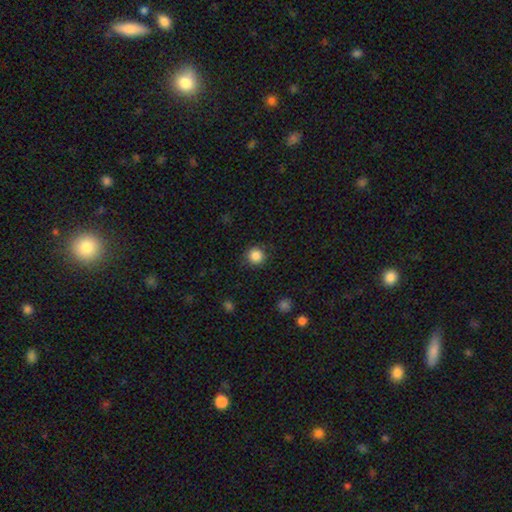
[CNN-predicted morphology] smooth_or_featured: smooth (p=0.86) [alt: star or artifact p=0.10]
how_rounded: round (p=0.95) [alt: in between p=0.05]
merging: none (p=0.88) [alt: minor disturbance p=0.08]